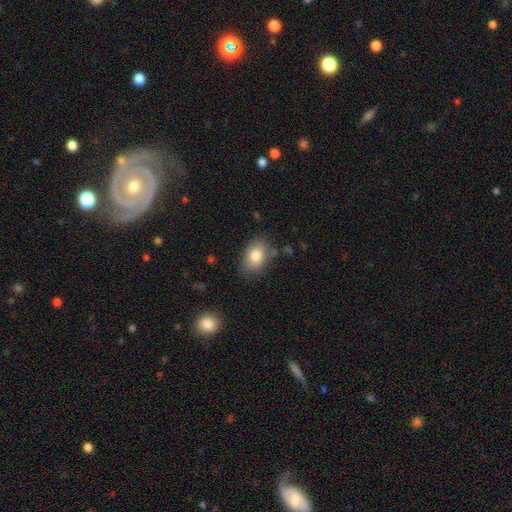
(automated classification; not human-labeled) smooth 82%, featured or disk 10%, star or artifact 8%. Down the decision tree: how rounded — in between (80%); merging — none (78%).